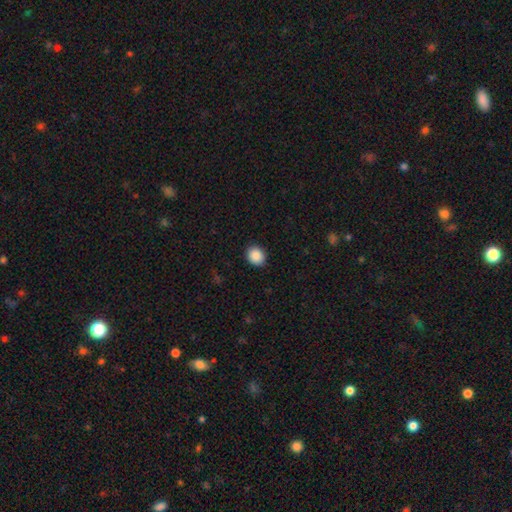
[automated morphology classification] type=smooth (89%); roundness=round (66%); merging=none (89%).